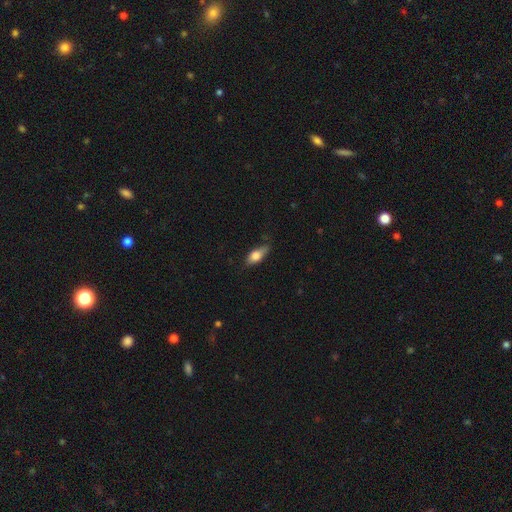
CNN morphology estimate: smooth-or-featured: smooth: 74% | featured or disk: 19% | star or artifact: 7%
  how-rounded: in between: 77% | cigar-shaped: 18% | round: 5%
  merging: none: 64% | minor disturbance: 29% | major disturbance: 6% | merger: 2%